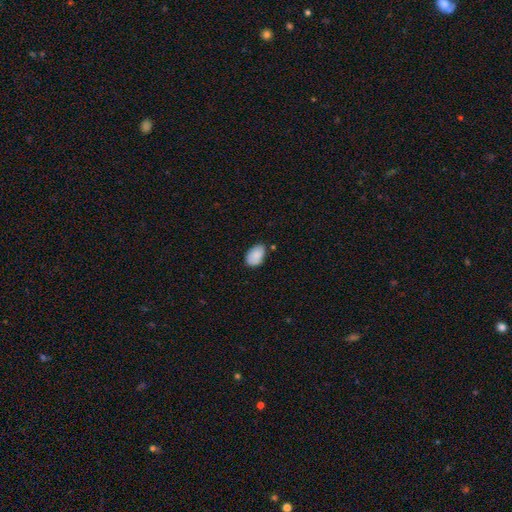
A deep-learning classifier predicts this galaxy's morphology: A smooth galaxy with no disk features (87%) that is in between round and cigar-shaped (90%). Merging: none (70%).